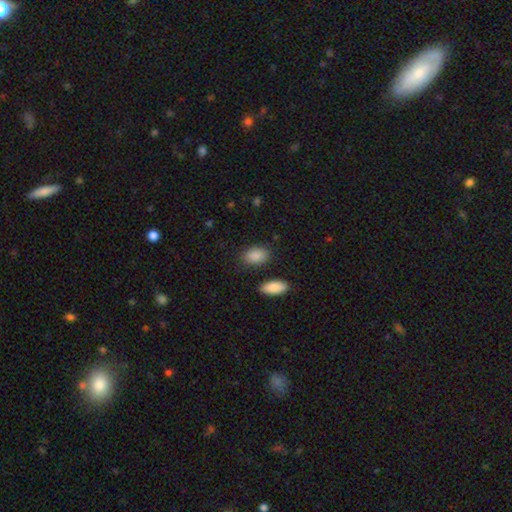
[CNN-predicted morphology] Overall: smooth (89%). How rounded: in between (90%). Merging: none (81%).